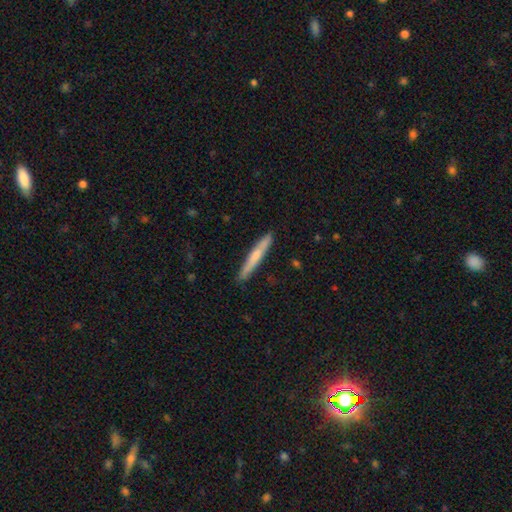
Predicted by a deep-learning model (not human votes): Overall: smooth (59%; featured or disk 36%). How rounded: cigar-shaped (96%). Merging: none (89%).